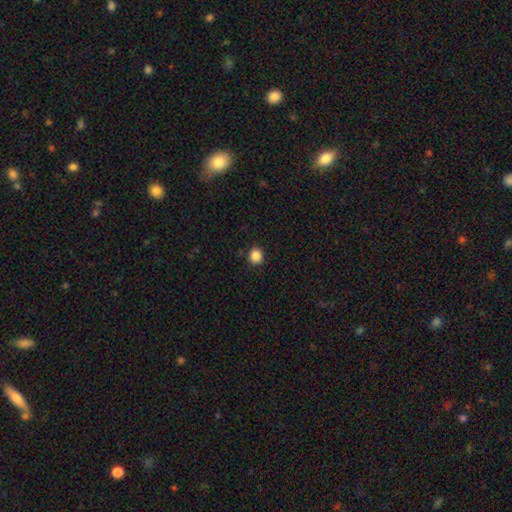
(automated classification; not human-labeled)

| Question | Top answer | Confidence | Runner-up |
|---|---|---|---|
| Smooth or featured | smooth | 87% | star or artifact (11%) |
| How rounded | round | 89% | in between (10%) |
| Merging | none | 91% | minor disturbance (6%) |